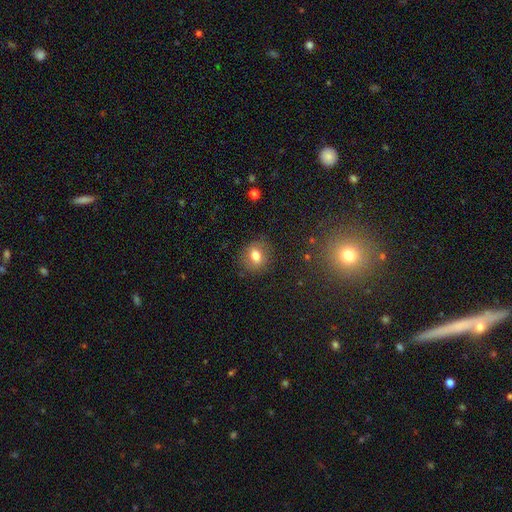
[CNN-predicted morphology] Q: Smooth or featured?
A: smooth (73%); runner-up: featured or disk (16%)
Q: How rounded?
A: round (58%); runner-up: in between (41%)
Q: Merging?
A: none (82%); runner-up: minor disturbance (12%)